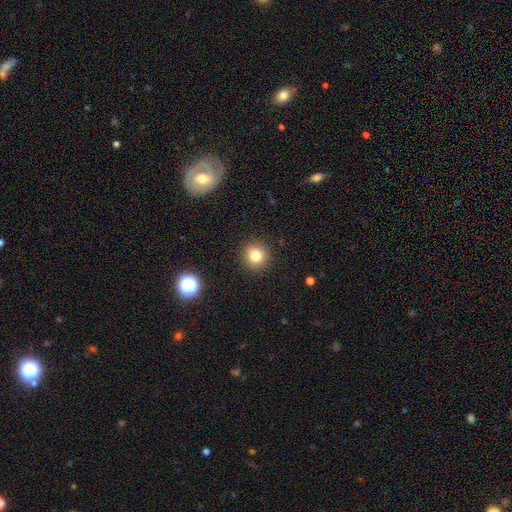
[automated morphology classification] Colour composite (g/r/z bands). It shows a smooth galaxy with no disk features (81%) that is round (93%). Merging: none (91%).